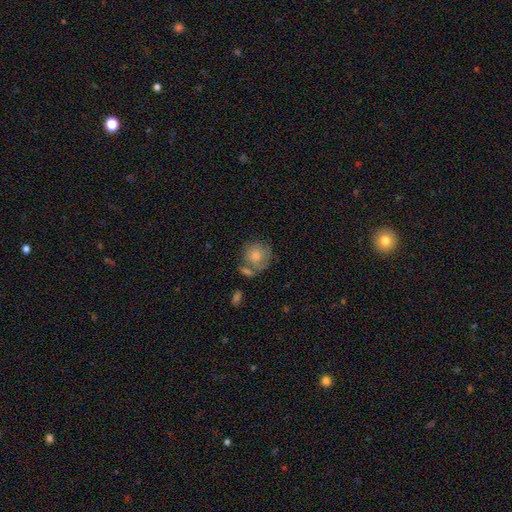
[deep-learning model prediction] Morphology: type=smooth (49%); merging=none (60%).